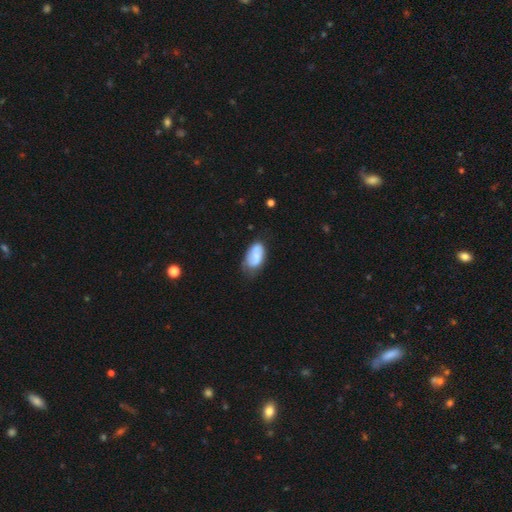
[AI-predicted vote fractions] This is likely a smooth galaxy (67%). How rounded: clearly in between (93%). Merging: possibly none (54%).